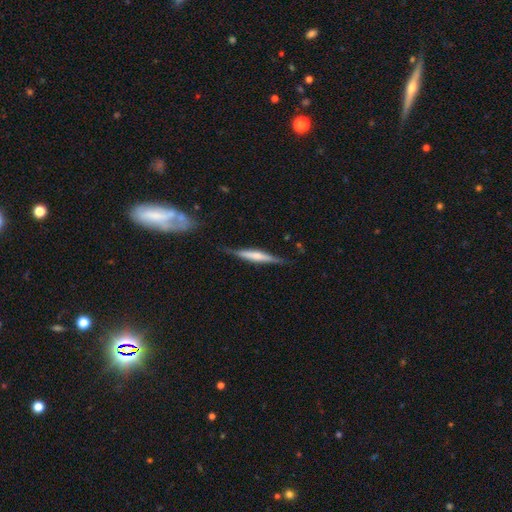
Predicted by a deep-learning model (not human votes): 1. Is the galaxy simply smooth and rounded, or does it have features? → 54% featured or disk, 40% smooth, 6% star or artifact.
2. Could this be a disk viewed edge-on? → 95% yes, 5% no.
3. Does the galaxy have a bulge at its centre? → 47% rounded, 28% none, 25% boxy.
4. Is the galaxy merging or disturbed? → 79% none, 16% minor disturbance, 4% major disturbance, 2% merger.